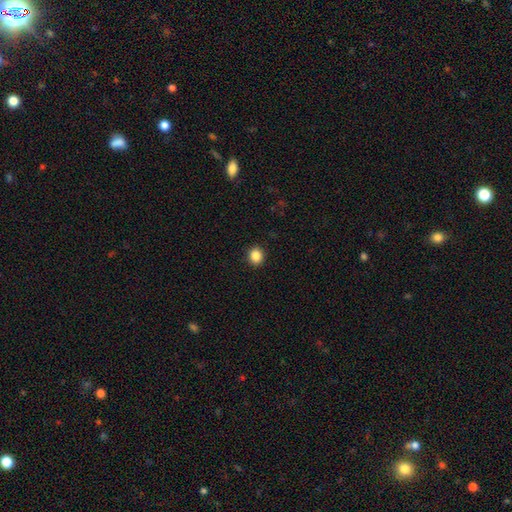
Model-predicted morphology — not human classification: The model was most divided on "how rounded": round: 78%, in between: 21%, cigar-shaped: 1%. More confident: merging — none (92%); smooth or featured — smooth (86%).